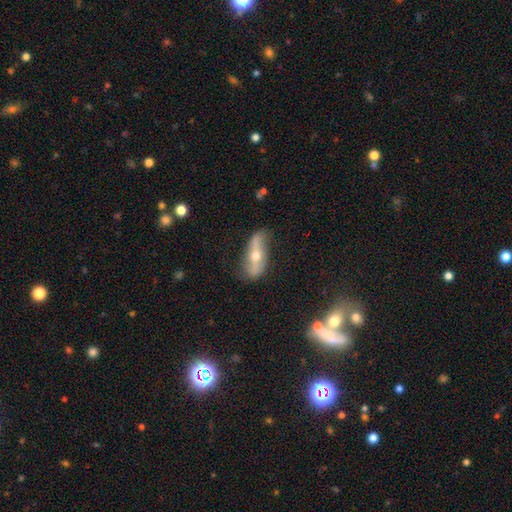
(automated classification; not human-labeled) Smooth or featured?
  - featured or disk: 61% *
  - smooth: 24%
  - star or artifact: 15%
Edge-on disk?
  - no: 74% *
  - yes: 26%
Merging?
  - none: 58% *
  - minor disturbance: 22%
  - major disturbance: 12%
  - merger: 8%